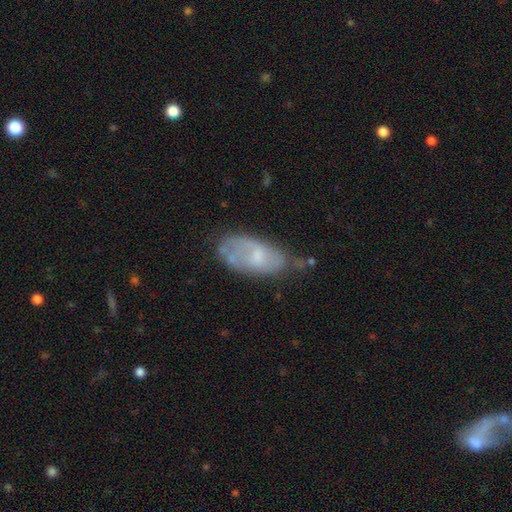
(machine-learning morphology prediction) A smooth galaxy with no disk features (47%).

Vote fractions:
- Smooth or featured? smooth: 47% / featured or disk: 45% / star or artifact: 8%
- Merging? none: 46% / minor disturbance: 33% / major disturbance: 14% / merger: 7%